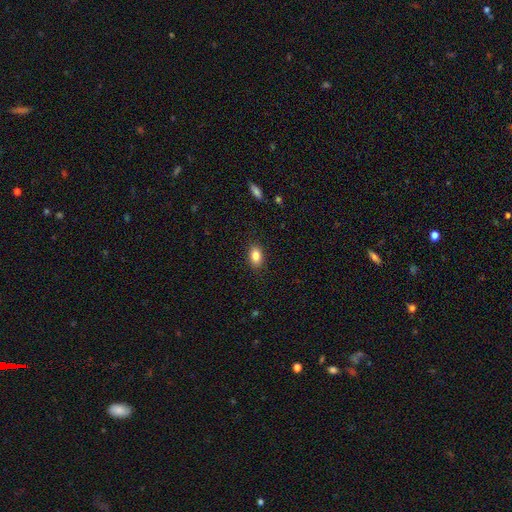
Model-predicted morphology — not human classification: Smooth or featured? smooth (85%)
How rounded? in between (88%)
Merging? none (88%)